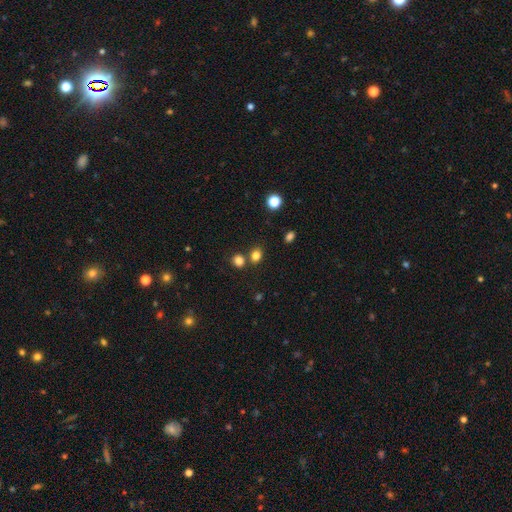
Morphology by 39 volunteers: A smooth galaxy with no disk features (87%) that is round (53%). Merging: none (69%).